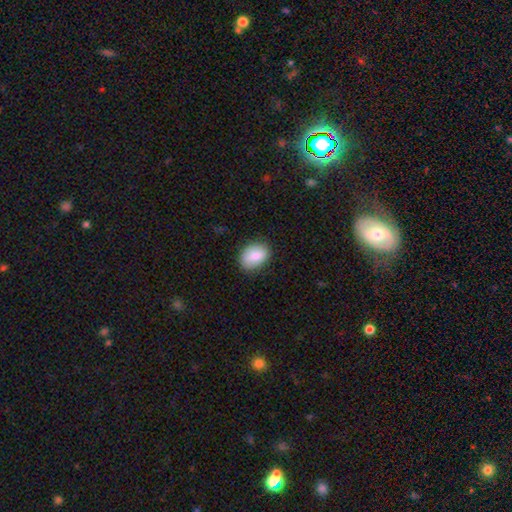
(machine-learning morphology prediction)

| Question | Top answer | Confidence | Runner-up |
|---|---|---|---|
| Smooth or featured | smooth | 85% | featured or disk (8%) |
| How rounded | in between | 79% | round (20%) |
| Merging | none | 82% | minor disturbance (14%) |